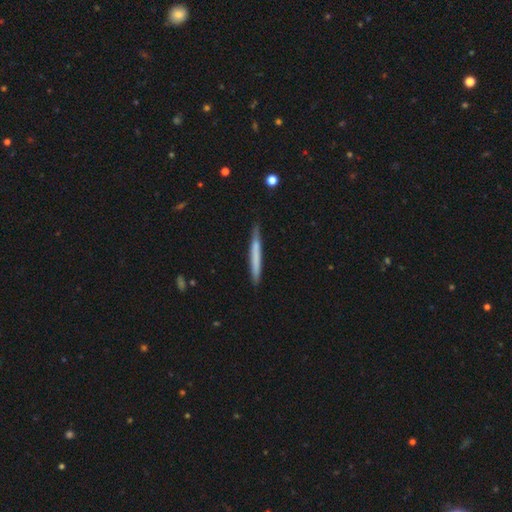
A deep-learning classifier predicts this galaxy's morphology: This appears to be a smooth galaxy with no disk features (61%) that is cigar-shaped (97%). Merging: none (87%).